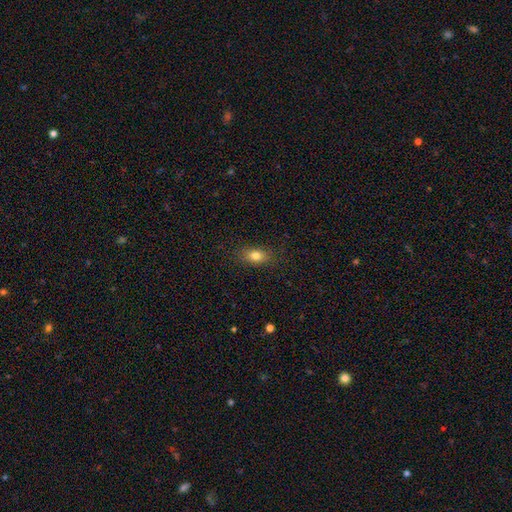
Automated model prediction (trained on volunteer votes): Q: Smooth or featured?
A: smooth (80%); runner-up: star or artifact (10%)
Q: How rounded?
A: in between (80%); runner-up: round (14%)
Q: Merging?
A: none (86%); runner-up: minor disturbance (10%)